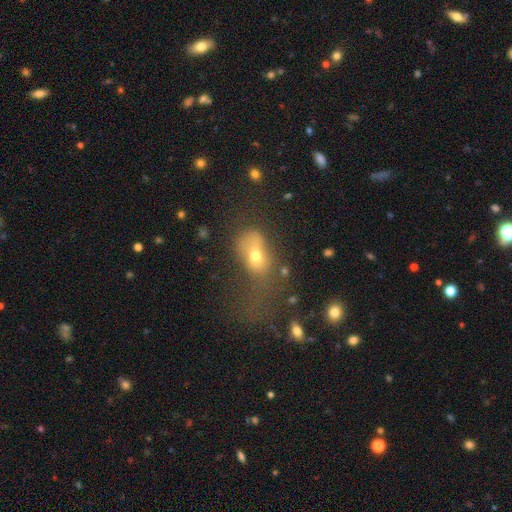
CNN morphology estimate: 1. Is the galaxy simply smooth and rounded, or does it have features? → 62% smooth, 23% featured or disk, 15% star or artifact.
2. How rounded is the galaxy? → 71% in between, 26% round, 3% cigar-shaped.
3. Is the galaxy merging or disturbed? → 51% major disturbance, 22% none, 18% minor disturbance, 8% merger.